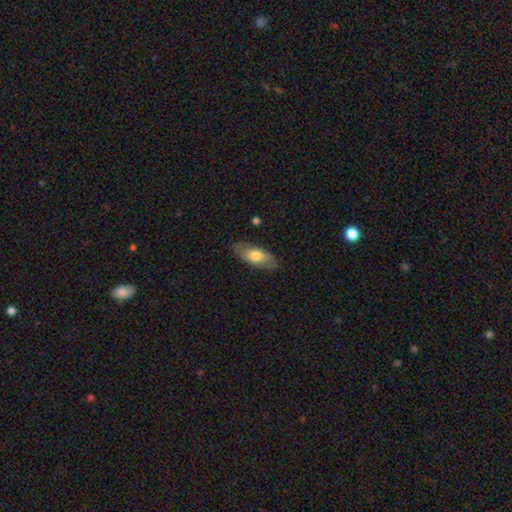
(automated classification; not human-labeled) Smooth or featured?
  - smooth: 65% *
  - featured or disk: 29%
  - star or artifact: 6%
How rounded?
  - in between: 86% *
  - cigar-shaped: 11%
  - round: 3%
Merging?
  - none: 80% *
  - minor disturbance: 16%
  - major disturbance: 4%
  - merger: 1%